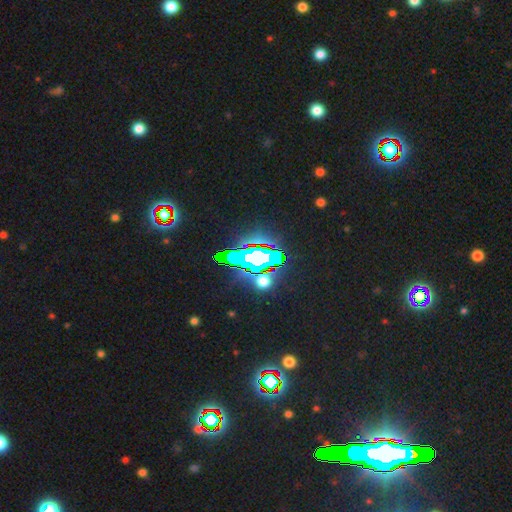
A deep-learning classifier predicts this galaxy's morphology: Overall: star or artifact (66%).